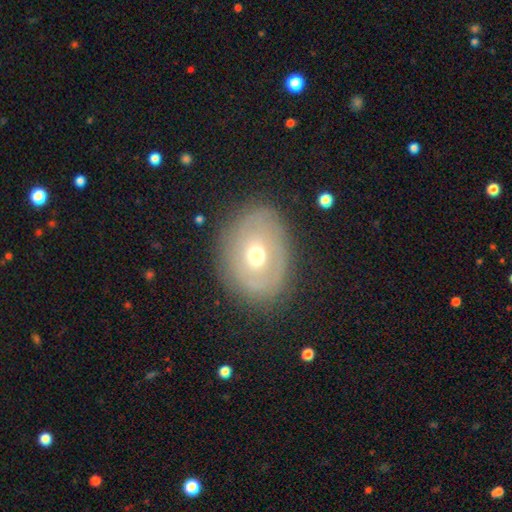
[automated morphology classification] type=featured or disk (49%); merging=none (78%).